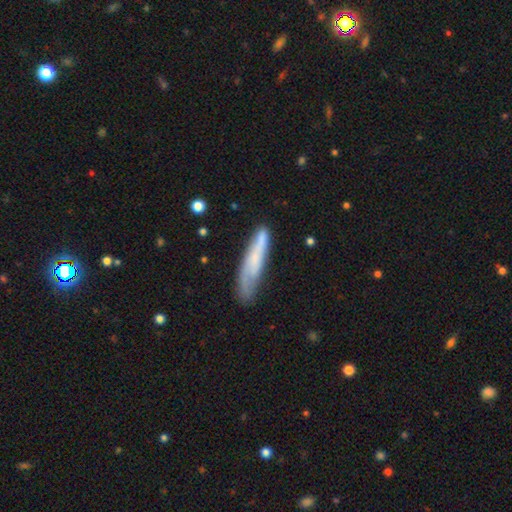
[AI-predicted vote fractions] A smooth galaxy with no disk features (51%) that is cigar-shaped (85%).

Vote fractions:
- Smooth or featured? smooth: 51% / featured or disk: 41% / star or artifact: 8%
- How rounded? cigar-shaped: 85% / in between: 13% / round: 2%
- Merging? none: 66% / minor disturbance: 24% / major disturbance: 7% / merger: 3%